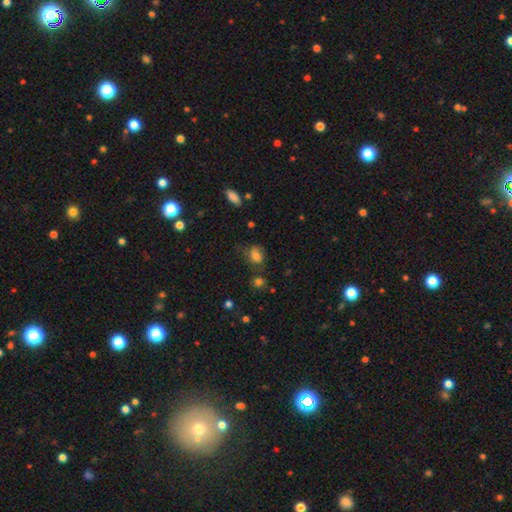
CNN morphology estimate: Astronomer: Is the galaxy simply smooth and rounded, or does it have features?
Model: smooth — 69%.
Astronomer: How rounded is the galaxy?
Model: in between — 63%.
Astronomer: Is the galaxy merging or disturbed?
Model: none — 48% (runner-up: minor disturbance, 27%).